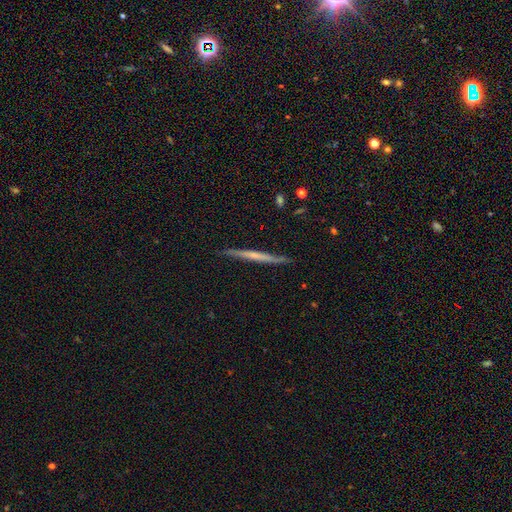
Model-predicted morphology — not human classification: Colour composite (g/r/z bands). It shows a featured or disk galaxy (58%) viewed edge-on (97%) with no central bulge (73%). Merging: none (87%).